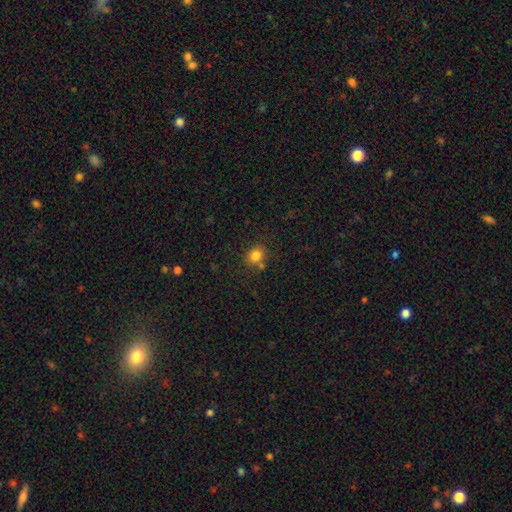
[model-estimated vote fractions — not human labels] Q: Smooth or featured?
A: smooth (82%); runner-up: star or artifact (12%)
Q: How rounded?
A: round (67%); runner-up: in between (32%)
Q: Merging?
A: none (72%); runner-up: minor disturbance (12%)